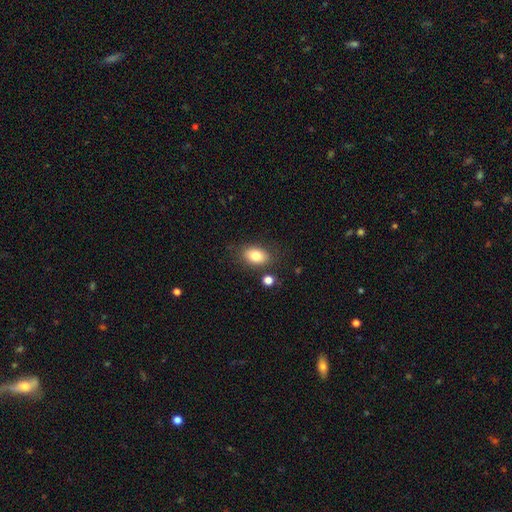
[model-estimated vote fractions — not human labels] Smooth or featured?
  - smooth: 83% *
  - featured or disk: 9%
  - star or artifact: 8%
How rounded?
  - in between: 84% *
  - round: 14%
  - cigar-shaped: 1%
Merging?
  - none: 78% *
  - minor disturbance: 13%
  - merger: 5%
  - major disturbance: 4%